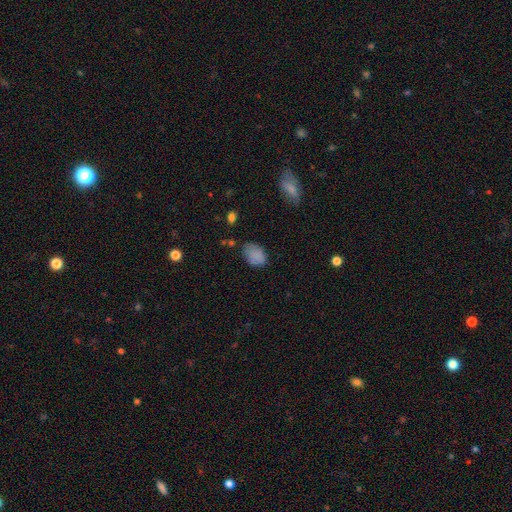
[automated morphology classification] Overall: smooth (82%). How rounded: in between (85%). Merging: none (59%; minor disturbance 28%).